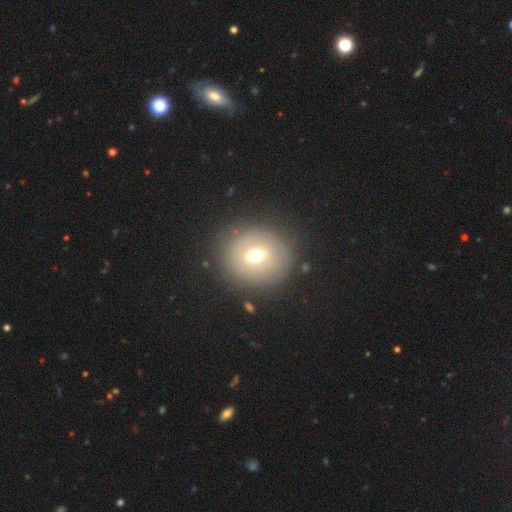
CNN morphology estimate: Q: Smooth or featured?
A: smooth (57%); runner-up: featured or disk (31%)
Q: How rounded?
A: round (78%); runner-up: in between (20%)
Q: Merging?
A: none (80%); runner-up: minor disturbance (12%)